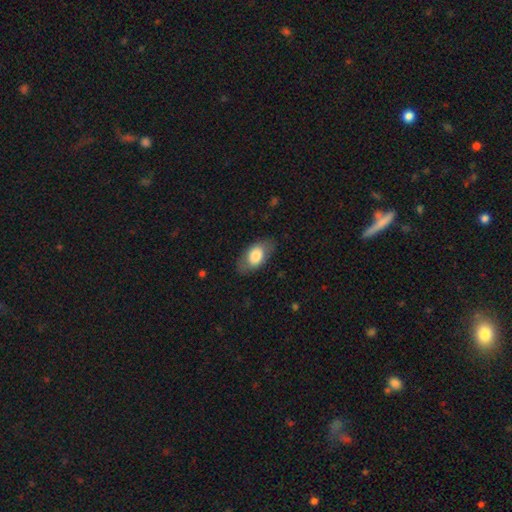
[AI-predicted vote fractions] Smooth or featured: smooth — 74% (featured or disk — 20%)
How rounded: in between — 91% (round — 6%)
Merging: none — 78% (minor disturbance — 15%)